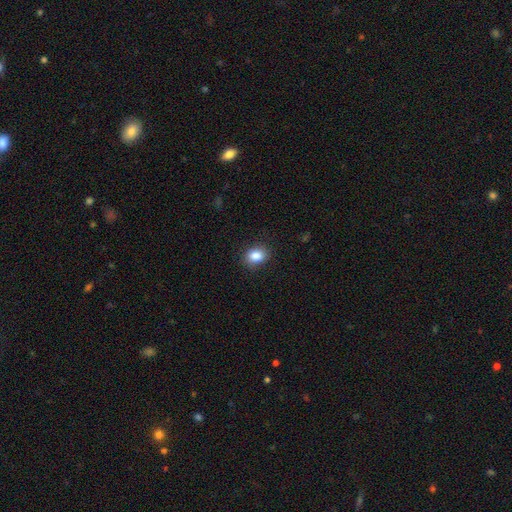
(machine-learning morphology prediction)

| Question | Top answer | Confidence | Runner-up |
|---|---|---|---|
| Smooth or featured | smooth | 86% | star or artifact (9%) |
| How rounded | in between | 60% | round (39%) |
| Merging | none | 86% | minor disturbance (10%) |